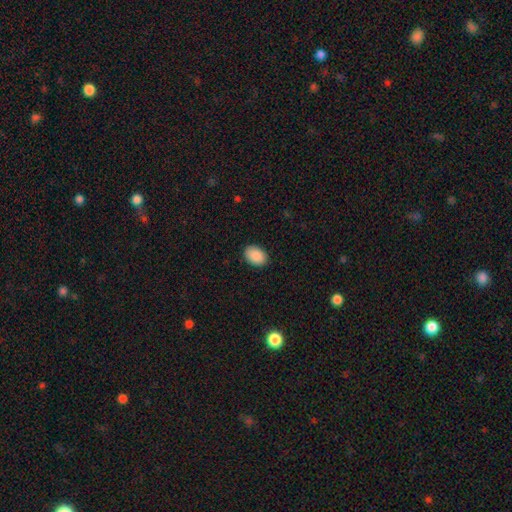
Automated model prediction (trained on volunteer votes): smooth 91%, star or artifact 7%, featured or disk 3%. Down the decision tree: how rounded — in between (81%); merging — none (89%).